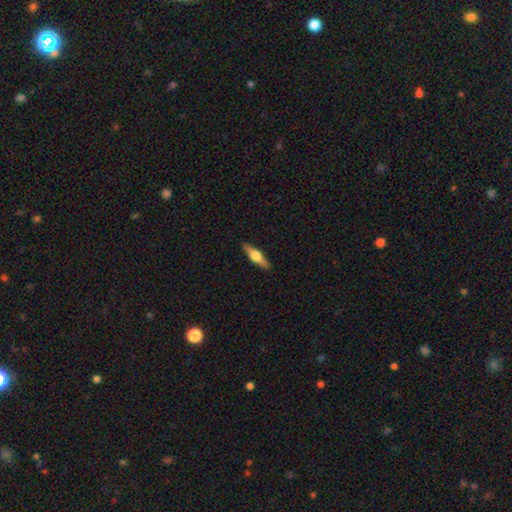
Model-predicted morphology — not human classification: Overall: featured or disk (58%; smooth 36%). Edge-on disk: yes (95%). Edge-on bulge: rounded (93%). Merging: none (90%).